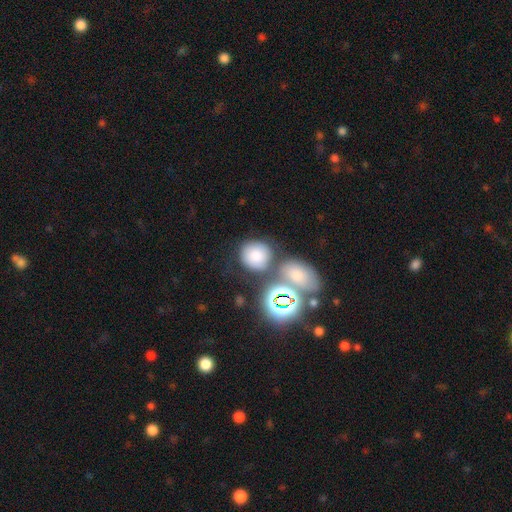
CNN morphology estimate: Smooth or featured? smooth (75%)
How rounded? round (85%)
Merging? none (62%)